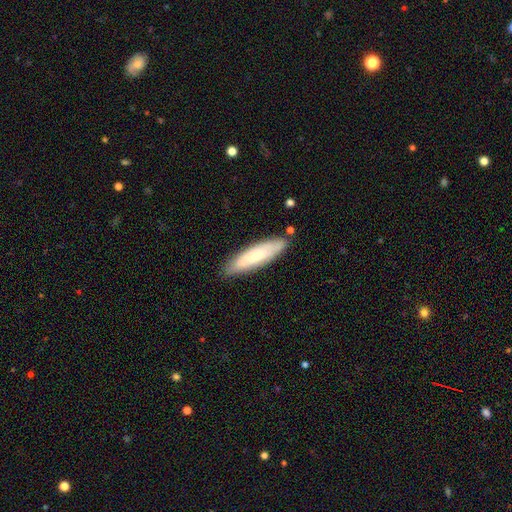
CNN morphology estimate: A smooth galaxy with no disk features (60%) that is cigar-shaped (66%). Merging: none (82%).